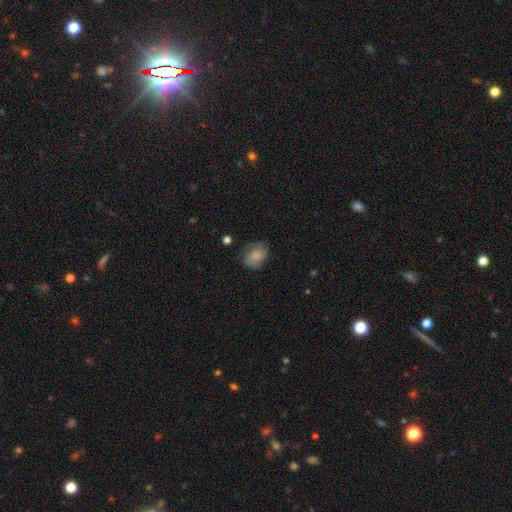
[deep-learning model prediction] Smooth or featured?
  - smooth: 76% *
  - featured or disk: 16%
  - star or artifact: 8%
How rounded?
  - in between: 58% *
  - round: 41%
  - cigar-shaped: 1%
Merging?
  - none: 65% *
  - minor disturbance: 25%
  - major disturbance: 8%
  - merger: 2%